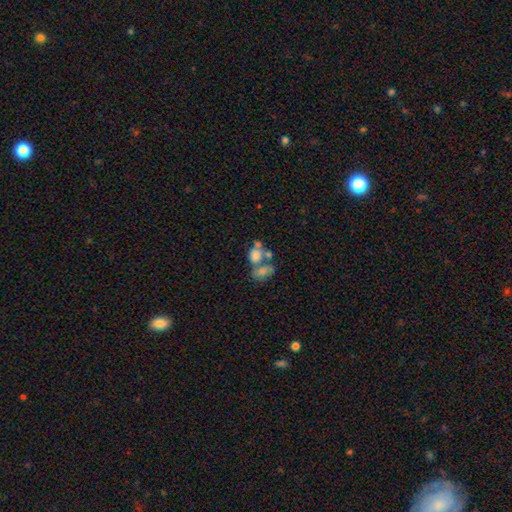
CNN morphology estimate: Smooth or featured: smooth — 70% (featured or disk — 19%)
How rounded: in between — 66% (round — 32%)
Merging: merger — 57% (none — 24%)